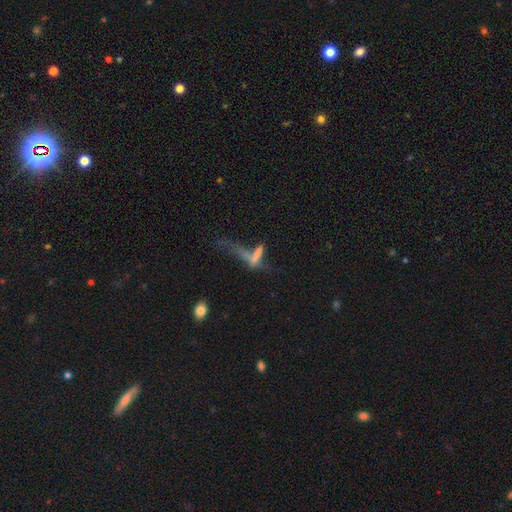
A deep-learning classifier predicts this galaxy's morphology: Overall: smooth (51%; featured or disk 34%). How rounded: cigar-shaped (70%). Merging: major disturbance (36%; merger 32%).